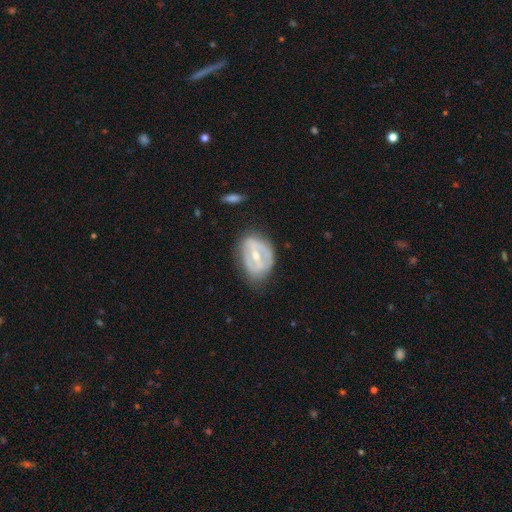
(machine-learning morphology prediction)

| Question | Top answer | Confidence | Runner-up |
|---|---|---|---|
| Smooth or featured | featured or disk | 70% | smooth (24%) |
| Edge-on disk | no | 94% | yes (6%) |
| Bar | strong | 46% | weak (35%) |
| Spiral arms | no | 60% | yes (40%) |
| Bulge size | moderate | 56% | small (40%) |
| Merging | none | 62% | minor disturbance (27%) |